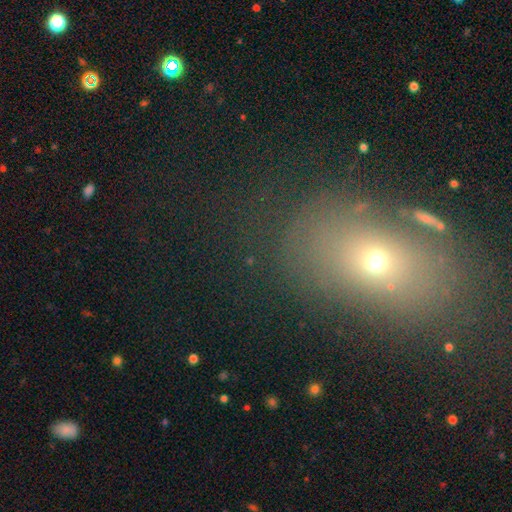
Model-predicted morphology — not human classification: Smooth or featured: smooth — 51% (star or artifact — 29%)
How rounded: in between — 62% (round — 35%)
Merging: none — 70% (minor disturbance — 13%)